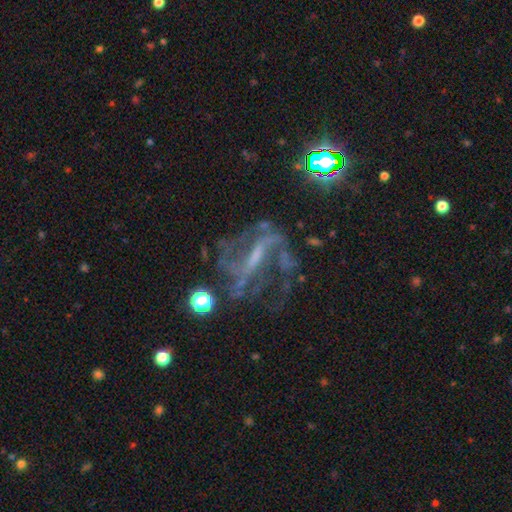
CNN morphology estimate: Q: Smooth or featured?
A: featured or disk (75%); runner-up: star or artifact (17%)
Q: Edge-on disk?
A: no (91%); runner-up: yes (9%)
Q: Bar?
A: strong (44%); runner-up: weak (37%)
Q: Spiral arms?
A: yes (81%); runner-up: no (19%)
Q: Spiral winding?
A: loose (45%); runner-up: medium (39%)
Q: Spiral arm count?
A: 2 (41%); runner-up: can't tell (29%)
Q: Bulge size?
A: small (41%); runner-up: none (35%)
Q: Merging?
A: none (51%); runner-up: major disturbance (28%)